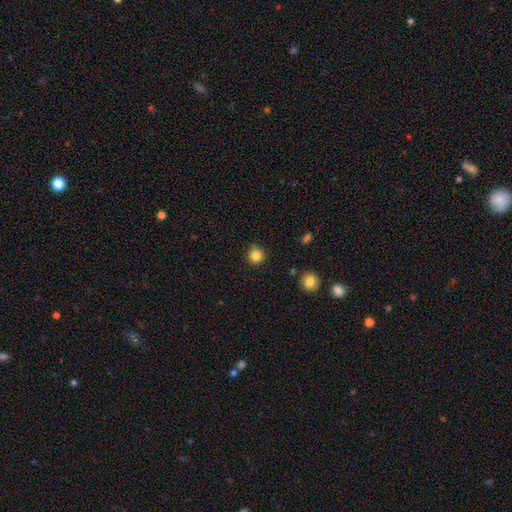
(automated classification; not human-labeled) Q: Smooth or featured?
A: smooth (84%); runner-up: star or artifact (12%)
Q: How rounded?
A: round (94%); runner-up: in between (5%)
Q: Merging?
A: none (83%); runner-up: minor disturbance (12%)